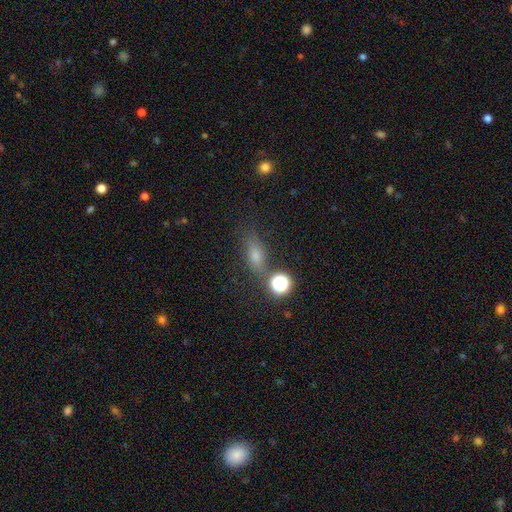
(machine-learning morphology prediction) smooth_or_featured: smooth (p=0.63) [alt: star or artifact p=0.19]
how_rounded: in between (p=0.61) [alt: cigar-shaped p=0.23]
merging: none (p=0.71) [alt: minor disturbance p=0.15]